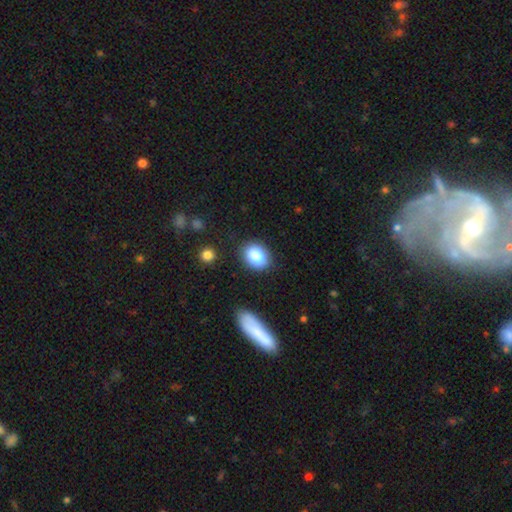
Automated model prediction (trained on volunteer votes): This is clearly a smooth galaxy (85%). How rounded: likely in between (64%). Merging: clearly none (83%).